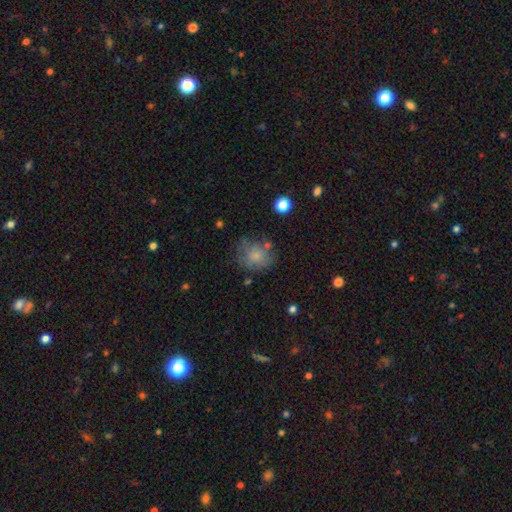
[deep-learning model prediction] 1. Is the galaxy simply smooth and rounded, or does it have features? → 74% smooth, 16% featured or disk, 10% star or artifact.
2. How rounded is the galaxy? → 72% round, 27% in between, 1% cigar-shaped.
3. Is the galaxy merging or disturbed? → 58% none, 24% minor disturbance, 12% major disturbance, 6% merger.